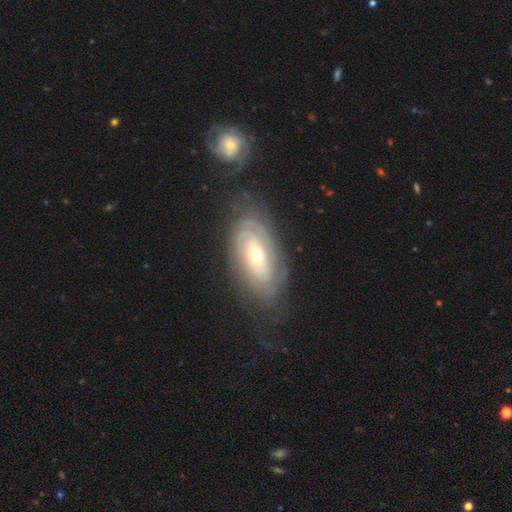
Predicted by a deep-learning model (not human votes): Smooth or featured?
  - featured or disk: 76% *
  - smooth: 17%
  - star or artifact: 6%
Edge-on disk?
  - no: 91% *
  - yes: 9%
Bar?
  - no: 63% *
  - weak: 27%
  - strong: 10%
Spiral arms?
  - yes: 80% *
  - no: 20%
Spiral winding?
  - tight: 77% *
  - medium: 17%
  - loose: 6%
Spiral arm count?
  - can't tell: 60% *
  - 2: 20%
  - 3: 7%
  - 4: 5%
  - 1: 4%
  - more than 4: 4%
Bulge size?
  - moderate: 59% *
  - small: 35%
  - large: 3%
  - dominant: 1%
  - none: 1%
Merging?
  - none: 69% *
  - minor disturbance: 17%
  - major disturbance: 8%
  - merger: 6%